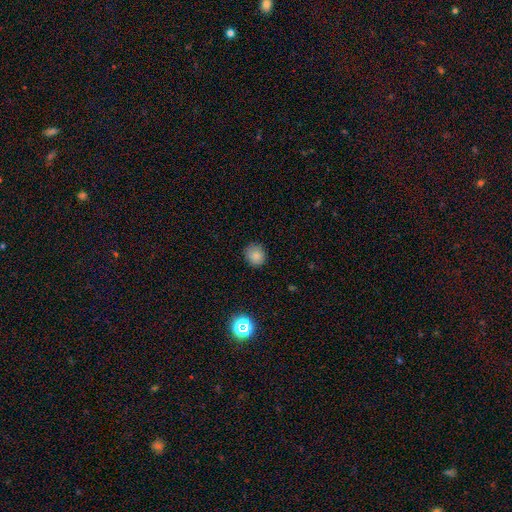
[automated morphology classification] smooth 83%, star or artifact 12%, featured or disk 5%. Down the decision tree: how rounded — round (80%); merging — none (87%).